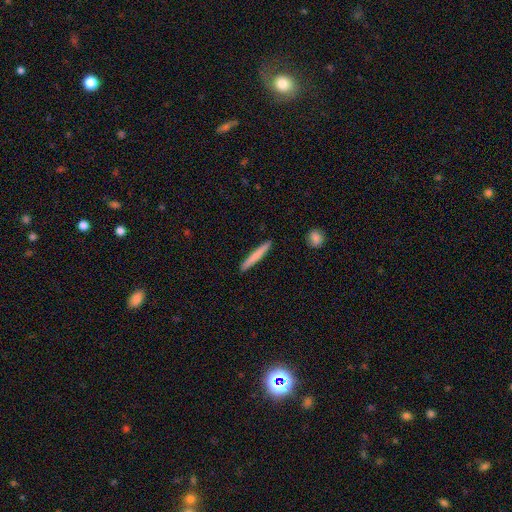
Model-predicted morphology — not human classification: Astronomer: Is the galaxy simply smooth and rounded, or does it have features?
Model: smooth — 71%.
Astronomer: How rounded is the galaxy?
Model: cigar-shaped — 96%.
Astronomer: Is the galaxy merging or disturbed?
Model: none — 92%.